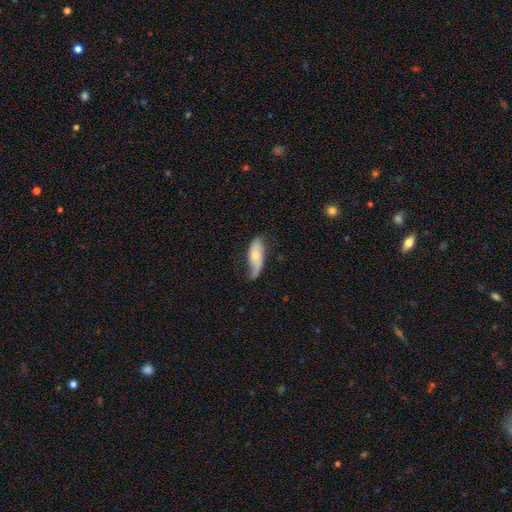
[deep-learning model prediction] Smooth or featured? Predicted: smooth (p=0.52). How rounded? Predicted: in between (p=0.74). Merging? Predicted: none (p=0.44).